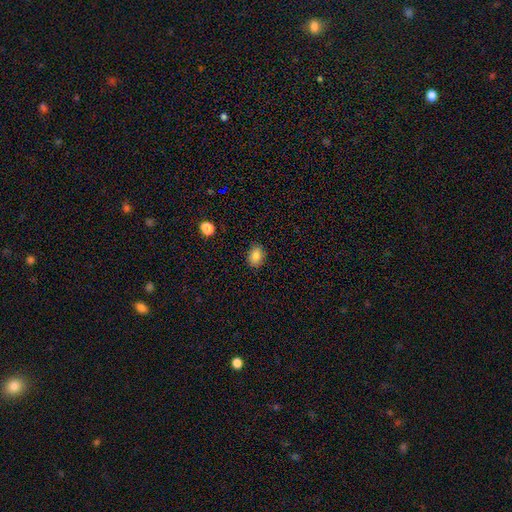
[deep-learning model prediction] smooth_or_featured: smooth (p=0.85) [alt: star or artifact p=0.09]
how_rounded: in between (p=0.73) [alt: round p=0.26]
merging: none (p=0.87) [alt: minor disturbance p=0.10]